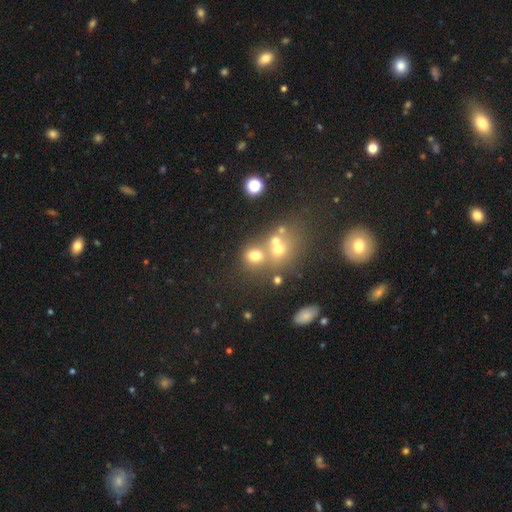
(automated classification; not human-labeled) Smooth or featured: smooth — 61% (star or artifact — 21%)
How rounded: round — 74% (in between — 25%)
Merging: none — 44% (merger — 41%)